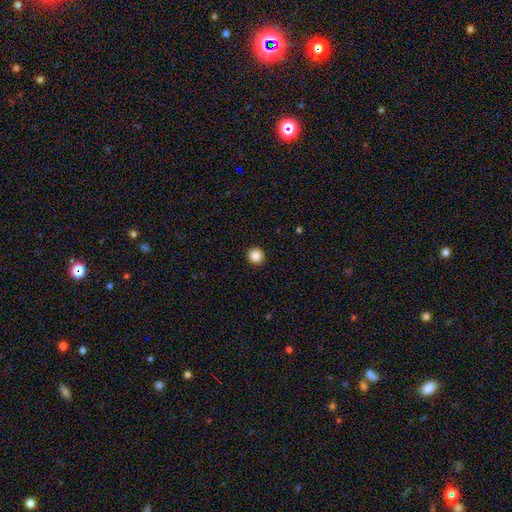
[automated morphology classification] Smooth or featured? Predicted: smooth (p=0.86). How rounded? Predicted: round (p=0.96). Merging? Predicted: none (p=0.94).